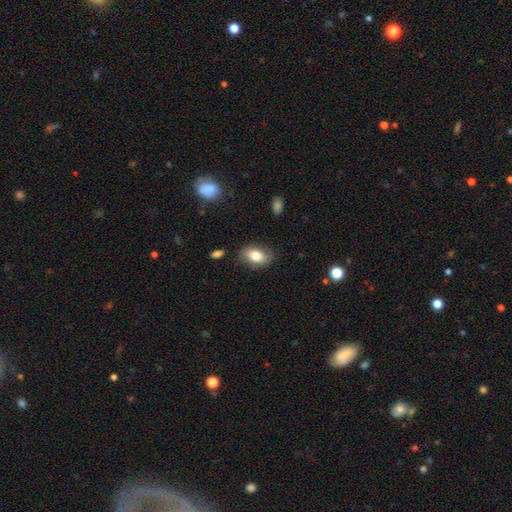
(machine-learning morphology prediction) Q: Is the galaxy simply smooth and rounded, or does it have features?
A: smooth — 79%.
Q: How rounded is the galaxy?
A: in between — 87%.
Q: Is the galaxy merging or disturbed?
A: none — 81%.